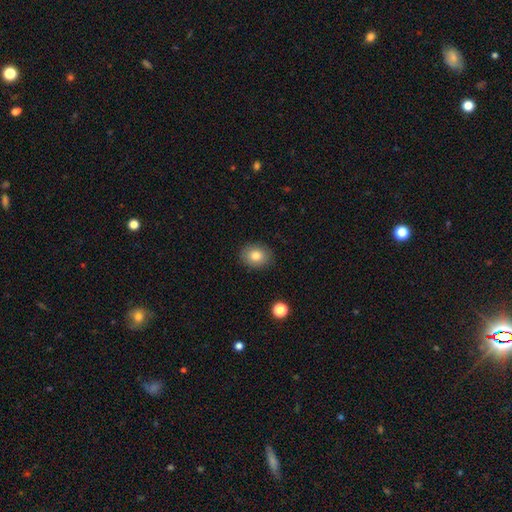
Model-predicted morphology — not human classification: smooth 82%, star or artifact 9%, featured or disk 9%. Down the decision tree: how rounded — round (54%); merging — none (88%).